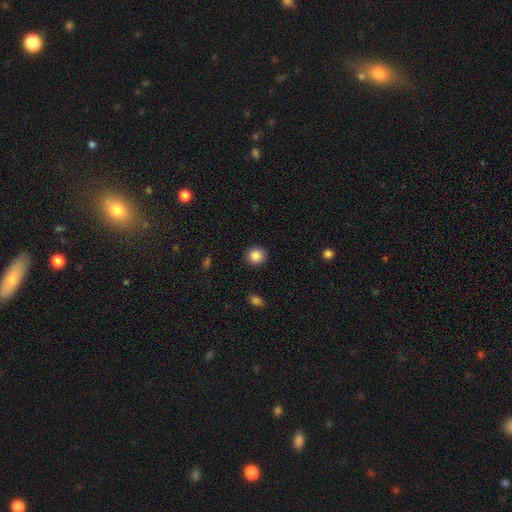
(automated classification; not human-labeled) A smooth galaxy with no disk features (87%) that is round (90%).

Vote fractions:
- Smooth or featured? smooth: 87% / star or artifact: 9% / featured or disk: 3%
- How rounded? round: 90% / in between: 9% / cigar-shaped: 1%
- Merging? none: 91% / minor disturbance: 6% / major disturbance: 2% / merger: 1%